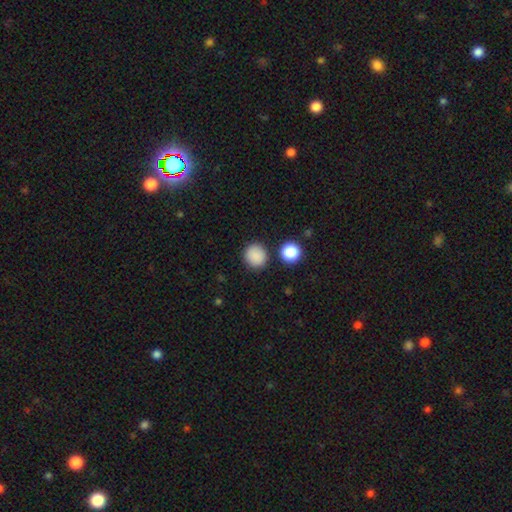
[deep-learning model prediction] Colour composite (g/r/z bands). It shows a smooth galaxy with no disk features (86%) that is round (90%). Merging: none (86%).